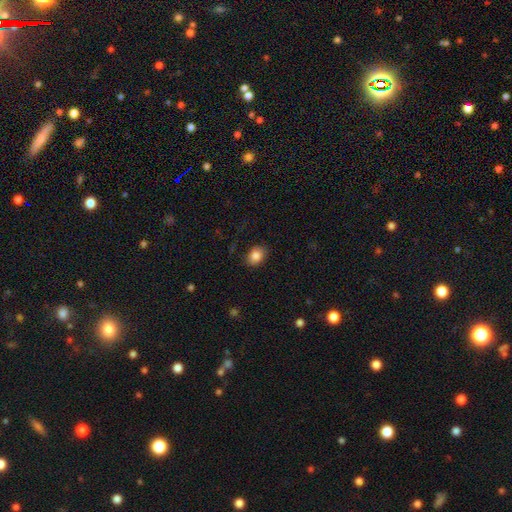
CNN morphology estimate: The model was most divided on "how rounded": in between: 67%, round: 32%, cigar-shaped: 1%. More confident: smooth or featured — smooth (85%); merging — none (85%).